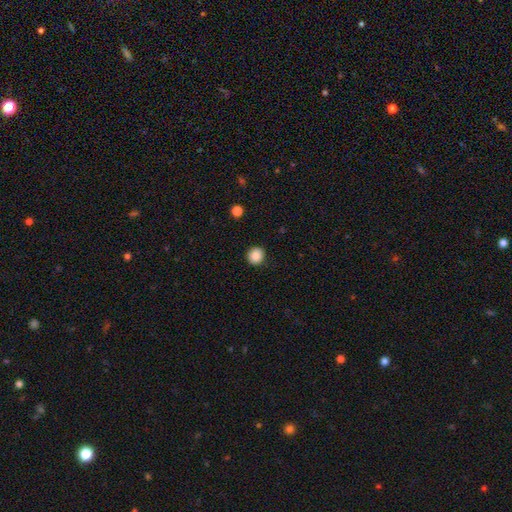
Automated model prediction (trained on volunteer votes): Smooth or featured? Predicted: smooth (p=0.87). How rounded? Predicted: round (p=0.91). Merging? Predicted: none (p=0.92).